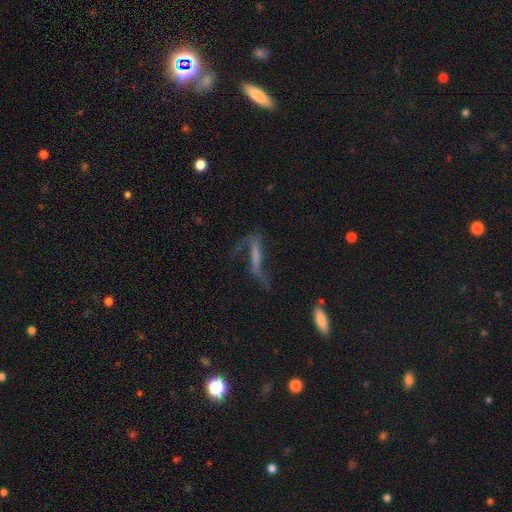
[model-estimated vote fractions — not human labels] A featured or disk galaxy (59%).

Vote fractions:
- Smooth or featured? featured or disk: 59% / smooth: 25% / star or artifact: 15%
- Edge-on disk? no: 66% / yes: 34%
- Merging? none: 41% / major disturbance: 36% / minor disturbance: 18% / merger: 6%